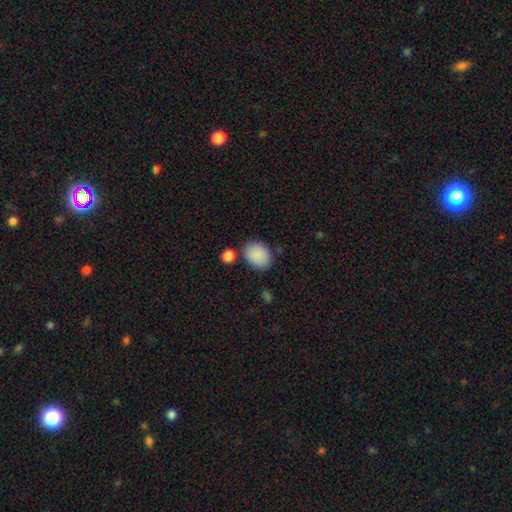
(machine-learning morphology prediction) Smooth or featured? Predicted: smooth (p=0.89). How rounded? Predicted: in between (p=0.67). Merging? Predicted: none (p=0.74).